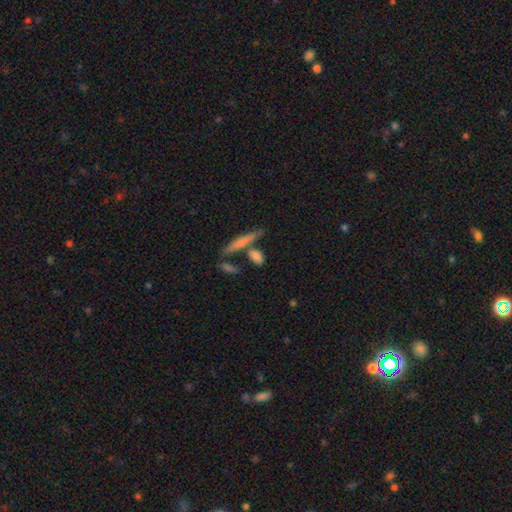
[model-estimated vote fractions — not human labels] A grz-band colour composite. It shows a smooth galaxy with no disk features (73%) that is in between round and cigar-shaped (50%). Merging: none (56%).